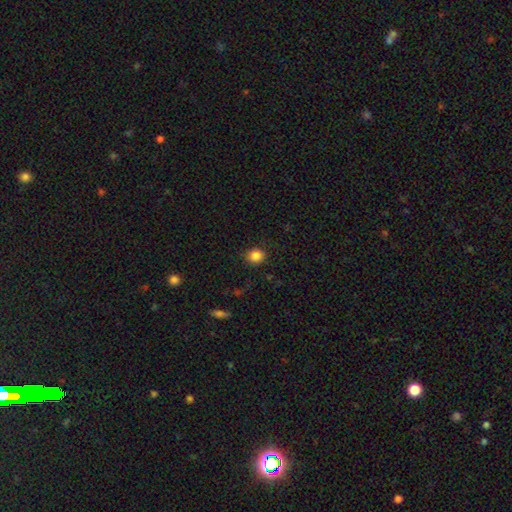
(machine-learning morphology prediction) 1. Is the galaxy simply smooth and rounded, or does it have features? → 85% smooth, 11% star or artifact, 5% featured or disk.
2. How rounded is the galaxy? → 81% round, 19% in between, 1% cigar-shaped.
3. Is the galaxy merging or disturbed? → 87% none, 9% minor disturbance, 3% major disturbance, 1% merger.